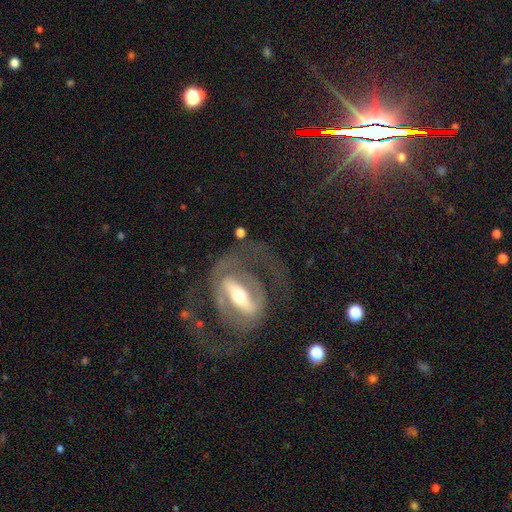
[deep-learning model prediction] Smooth or featured? featured or disk (80%)
Edge-on disk? no (87%)
Bar? strong (68%)
Spiral arms? yes (79%)
Spiral winding? medium (46%)
Spiral arm count? 2 (78%)
Bulge size? moderate (58%)
Merging? none (67%)